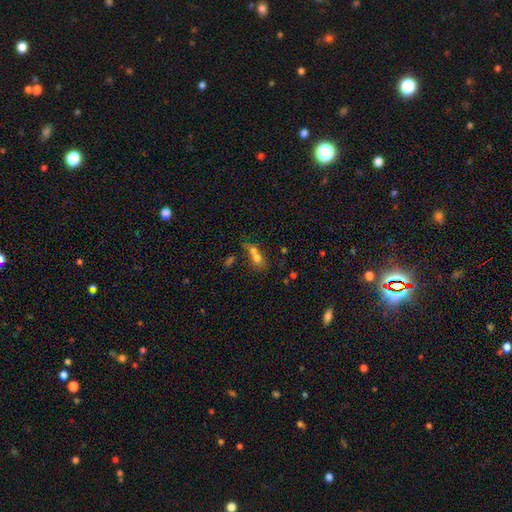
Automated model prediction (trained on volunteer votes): Smooth or featured: smooth — 65% (featured or disk — 22%)
How rounded: in between — 53% (round — 41%)
Merging: merger — 66% (none — 21%)